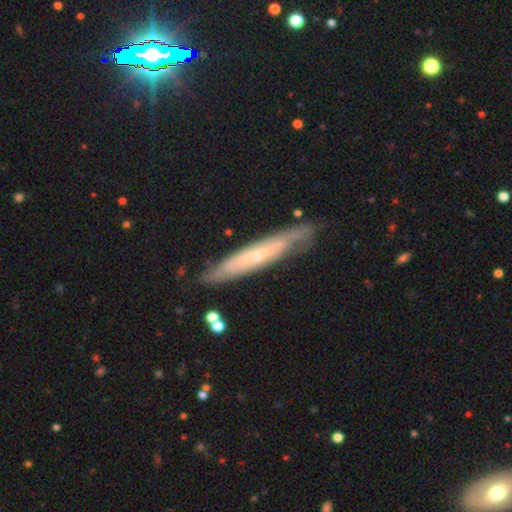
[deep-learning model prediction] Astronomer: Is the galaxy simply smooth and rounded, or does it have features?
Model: featured or disk — 67%.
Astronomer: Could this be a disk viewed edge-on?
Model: yes — 62% (runner-up: no, 38%).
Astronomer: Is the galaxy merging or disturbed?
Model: none — 78%.